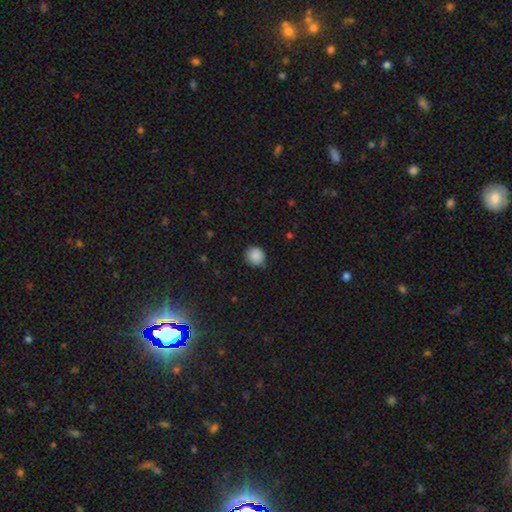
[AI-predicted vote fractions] Overall: smooth (87%). How rounded: round (90%). Merging: none (81%).